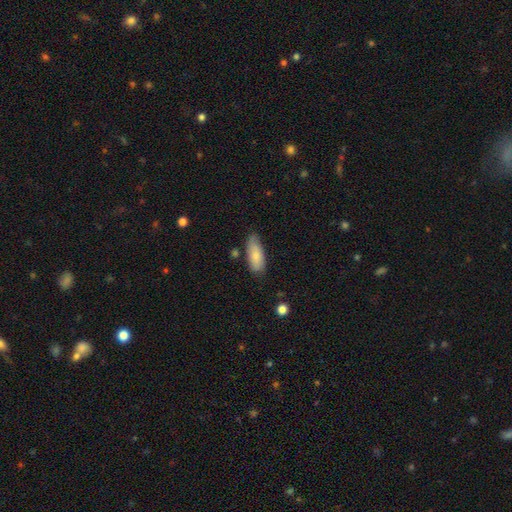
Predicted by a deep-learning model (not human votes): Q: Smooth or featured?
A: smooth (80%); runner-up: featured or disk (14%)
Q: How rounded?
A: in between (78%); runner-up: cigar-shaped (20%)
Q: Merging?
A: none (68%); runner-up: minor disturbance (24%)